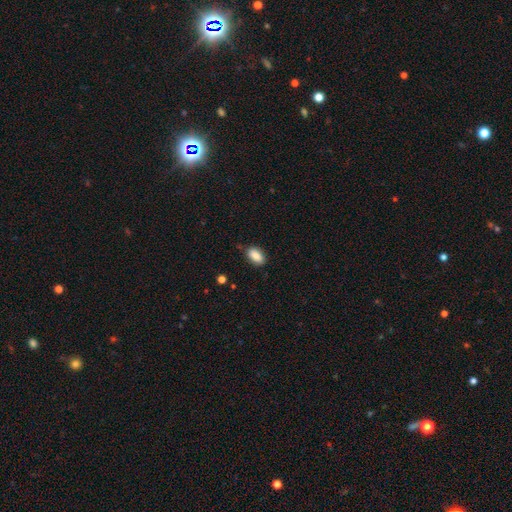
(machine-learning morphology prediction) Smooth or featured: smooth — 88% (star or artifact — 7%)
How rounded: in between — 92% (round — 5%)
Merging: none — 83% (minor disturbance — 13%)